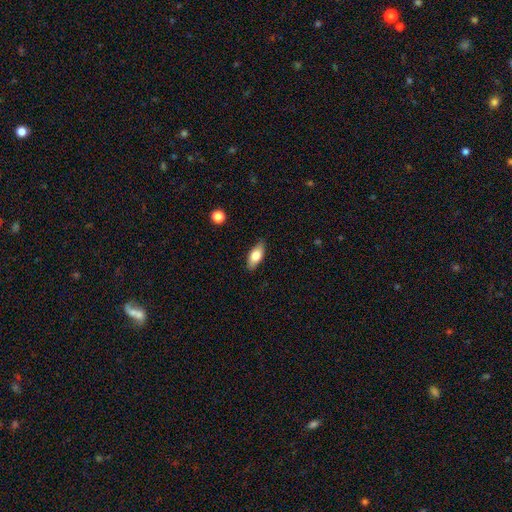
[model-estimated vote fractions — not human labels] smooth 77%, featured or disk 16%, star or artifact 7%. Down the decision tree: how rounded — in between (85%); merging — none (84%).